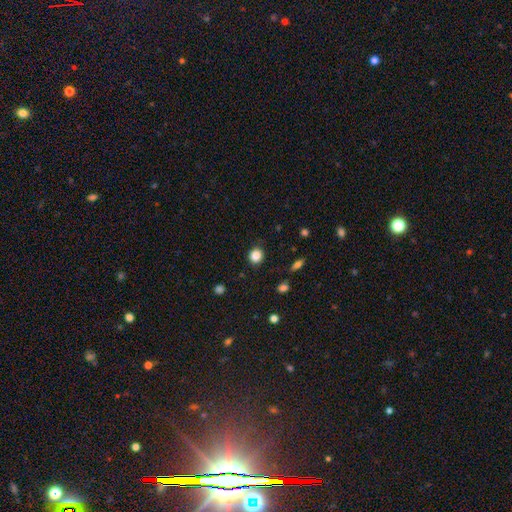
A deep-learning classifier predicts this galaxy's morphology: A smooth galaxy with no disk features (85%) that is round (84%). Merging: none (87%).